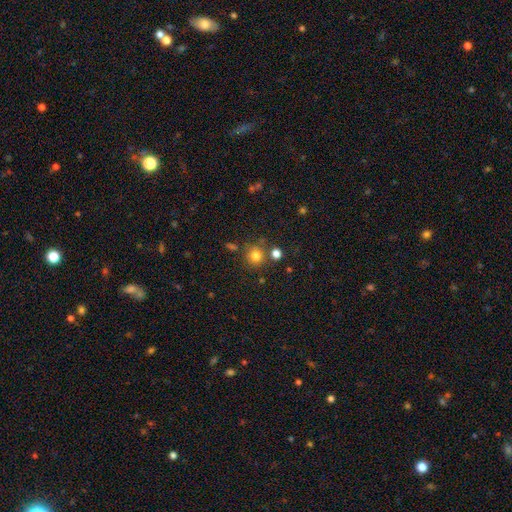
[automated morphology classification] The model was most divided on "smooth or featured": smooth: 80%, star or artifact: 14%, featured or disk: 6%. More confident: how rounded — round (92%); merging — none (77%).